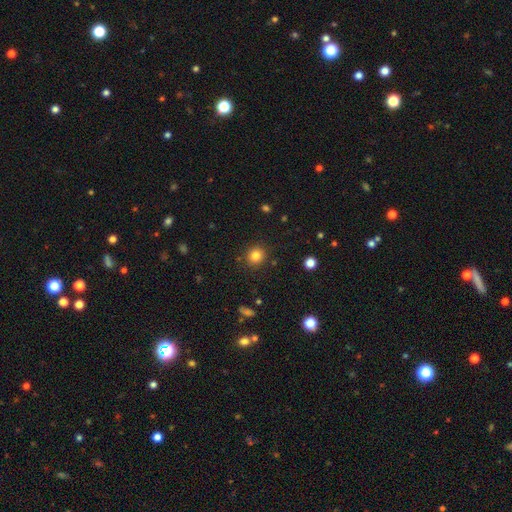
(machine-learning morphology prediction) smooth 82%, star or artifact 12%, featured or disk 6%. Down the decision tree: how rounded — round (85%); merging — none (88%).